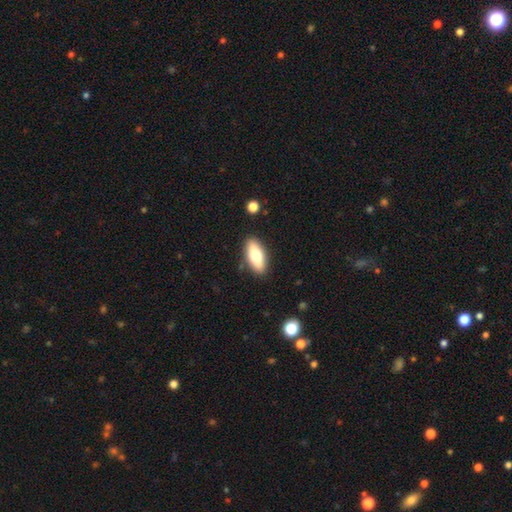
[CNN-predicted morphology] Q: Smooth or featured?
A: smooth (69%); runner-up: featured or disk (25%)
Q: How rounded?
A: in between (76%); runner-up: cigar-shaped (21%)
Q: Merging?
A: none (87%); runner-up: minor disturbance (9%)